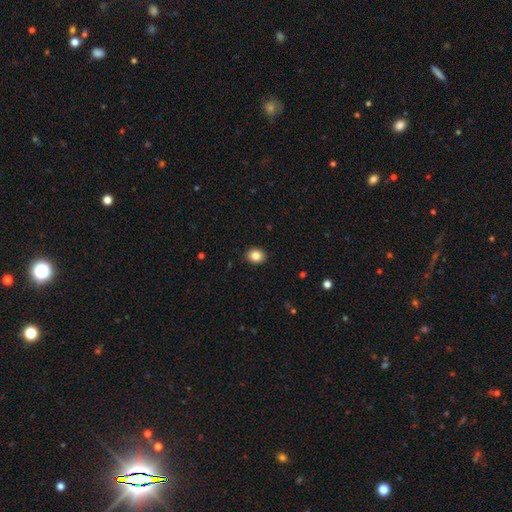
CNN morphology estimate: Smooth or featured?
  - smooth: 85% *
  - star or artifact: 9%
  - featured or disk: 6%
How rounded?
  - round: 60% *
  - in between: 39%
  - cigar-shaped: 1%
Merging?
  - none: 91% *
  - minor disturbance: 7%
  - major disturbance: 2%
  - merger: 1%